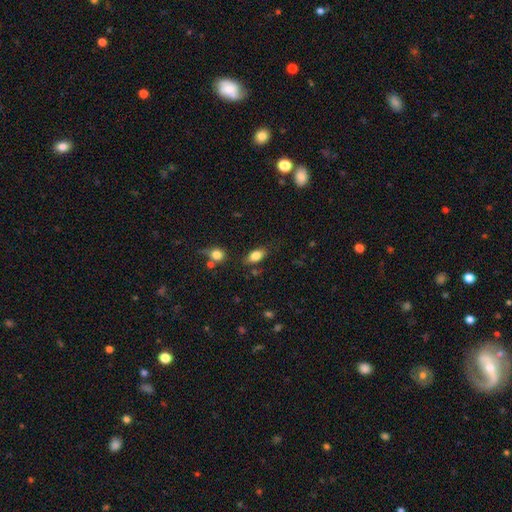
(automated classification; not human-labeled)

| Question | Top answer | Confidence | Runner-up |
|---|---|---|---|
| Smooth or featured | smooth | 80% | featured or disk (11%) |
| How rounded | in between | 86% | round (8%) |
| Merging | none | 75% | minor disturbance (15%) |